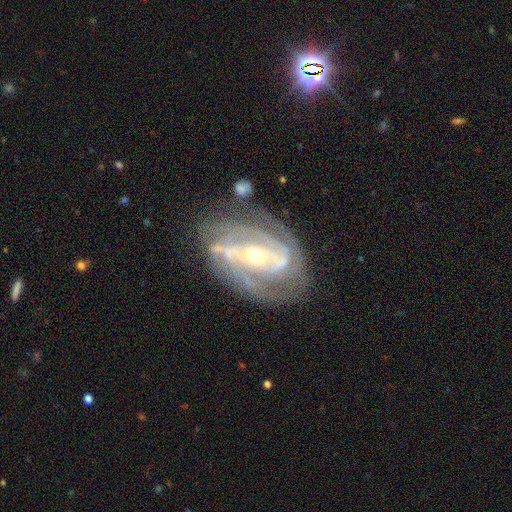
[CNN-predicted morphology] featured or disk 90%, star or artifact 6%, smooth 5%. Down the decision tree: edge-on disk — no (96%); bar — strong (40%); spiral arms — yes (96%); spiral arm count — 2 (39%); spiral winding — tight (58%); bulge size — small (58%); merging — none (71%).